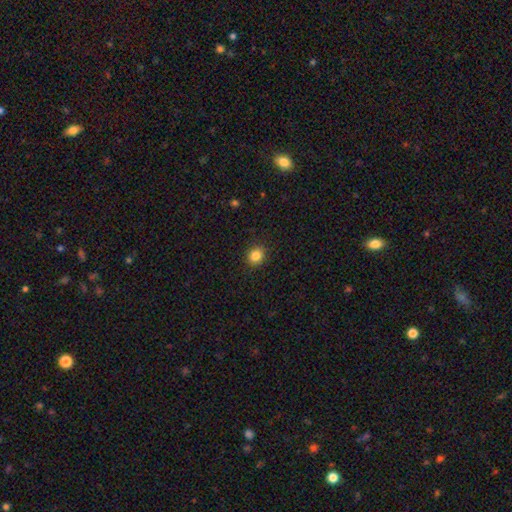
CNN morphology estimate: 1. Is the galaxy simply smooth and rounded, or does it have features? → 84% smooth, 11% star or artifact, 5% featured or disk.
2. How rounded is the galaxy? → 78% round, 21% in between, 1% cigar-shaped.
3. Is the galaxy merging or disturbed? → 91% none, 6% minor disturbance, 2% major disturbance, 1% merger.